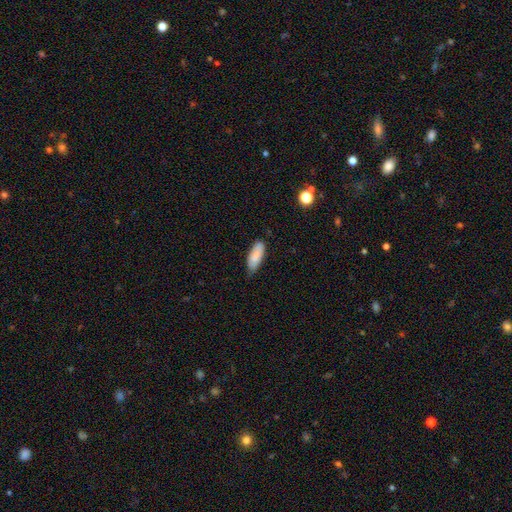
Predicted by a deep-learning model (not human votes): This appears to be a smooth galaxy with no disk features (85%) that is in between round and cigar-shaped (76%). Merging: none (66%).